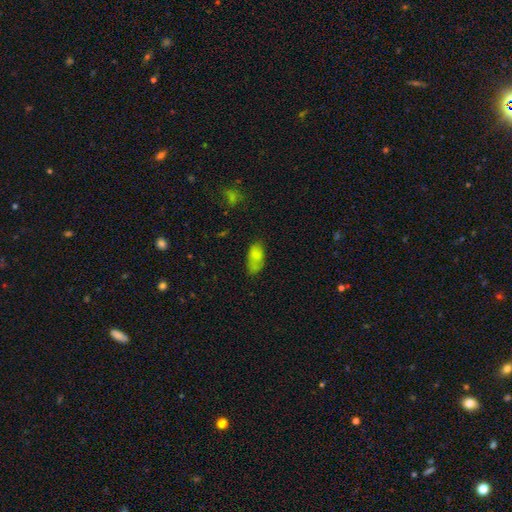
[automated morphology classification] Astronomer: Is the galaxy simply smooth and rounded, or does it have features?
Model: smooth — 77%.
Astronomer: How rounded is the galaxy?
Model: in between — 90%.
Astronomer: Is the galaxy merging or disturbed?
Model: none — 52% (runner-up: minor disturbance, 28%).